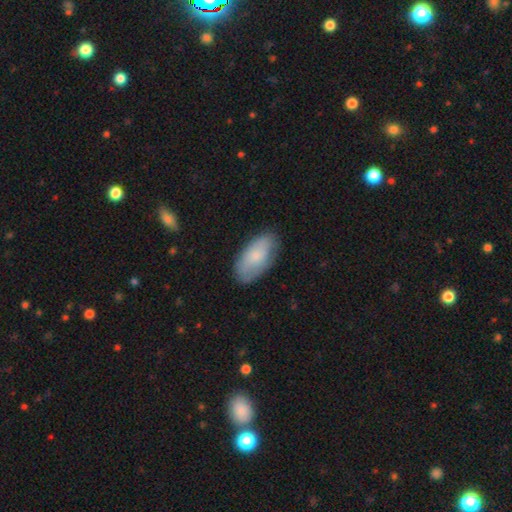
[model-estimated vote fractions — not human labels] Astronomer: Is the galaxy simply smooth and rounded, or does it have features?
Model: smooth — 75%.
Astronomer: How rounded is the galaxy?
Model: in between — 94%.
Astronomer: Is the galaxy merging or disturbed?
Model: none — 77%.